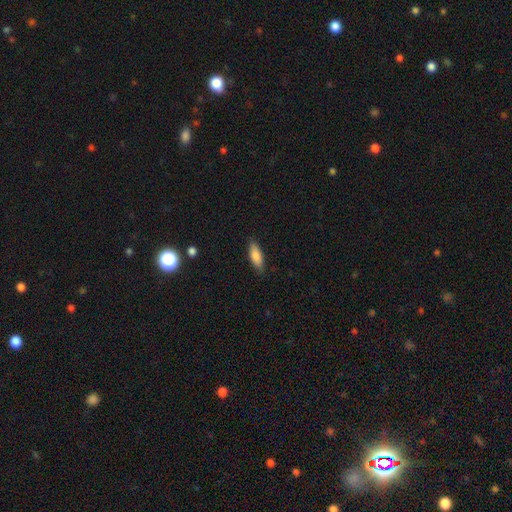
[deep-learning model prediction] Smooth or featured? Predicted: smooth (p=0.81). How rounded? Predicted: in between (p=0.62). Merging? Predicted: none (p=0.86).